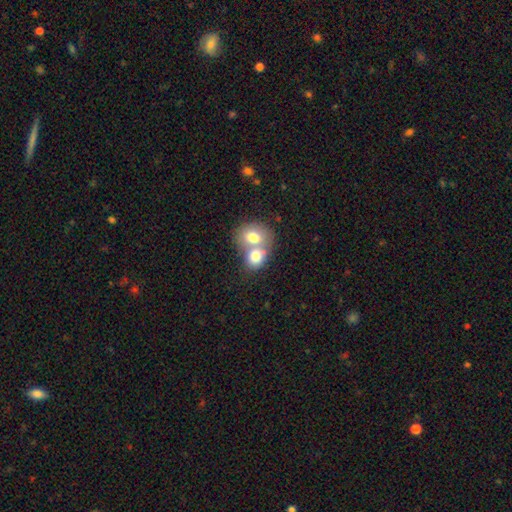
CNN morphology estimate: A smooth galaxy with no disk features (73%) that is round (50%). Merging: merger (70%).